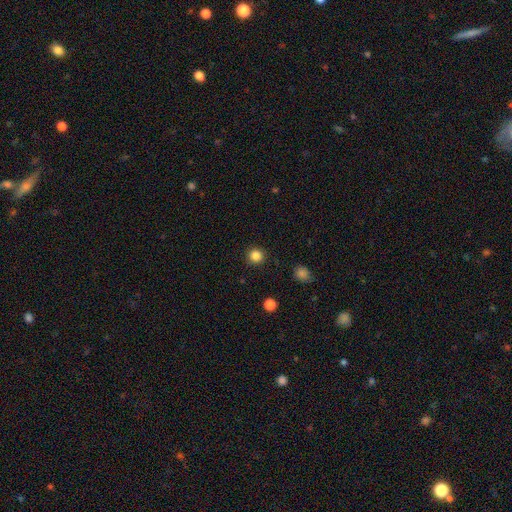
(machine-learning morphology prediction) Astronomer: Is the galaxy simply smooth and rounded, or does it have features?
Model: smooth — 84%.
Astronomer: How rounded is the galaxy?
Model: round — 95%.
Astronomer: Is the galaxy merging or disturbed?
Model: none — 92%.